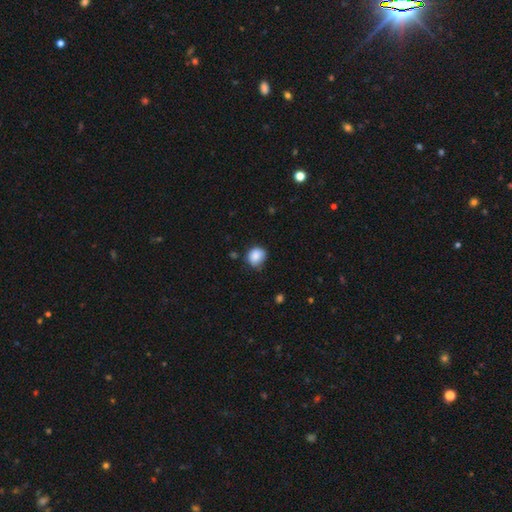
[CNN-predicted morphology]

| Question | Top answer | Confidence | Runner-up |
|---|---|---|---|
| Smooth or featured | smooth | 86% | star or artifact (9%) |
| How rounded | round | 74% | in between (25%) |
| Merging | none | 63% | minor disturbance (29%) |